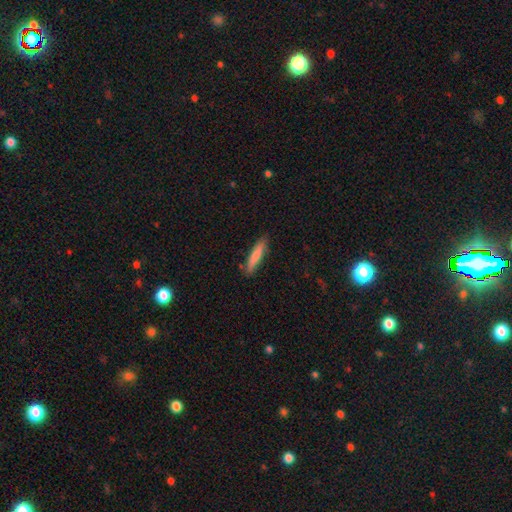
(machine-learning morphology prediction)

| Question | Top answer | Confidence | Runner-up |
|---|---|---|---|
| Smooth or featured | smooth | 80% | featured or disk (15%) |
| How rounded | cigar-shaped | 87% | in between (12%) |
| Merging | none | 86% | minor disturbance (10%) |